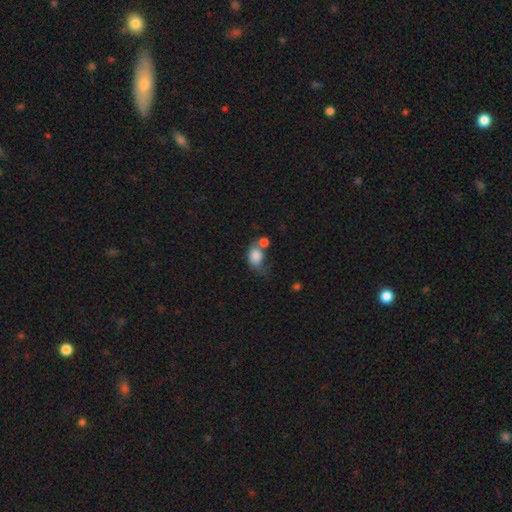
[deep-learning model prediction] This appears to be a smooth galaxy with no disk features (81%) that is in between round and cigar-shaped (61%). Merging: merger (34%).